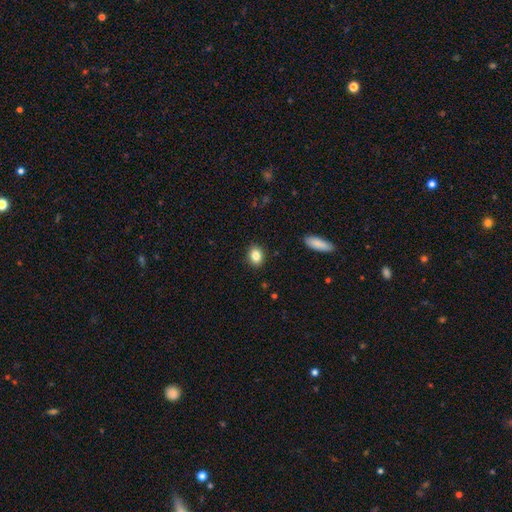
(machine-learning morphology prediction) Smooth or featured?
  - smooth: 85% *
  - star or artifact: 9%
  - featured or disk: 6%
How rounded?
  - in between: 58% *
  - round: 40%
  - cigar-shaped: 1%
Merging?
  - none: 89% *
  - minor disturbance: 7%
  - major disturbance: 2%
  - merger: 1%